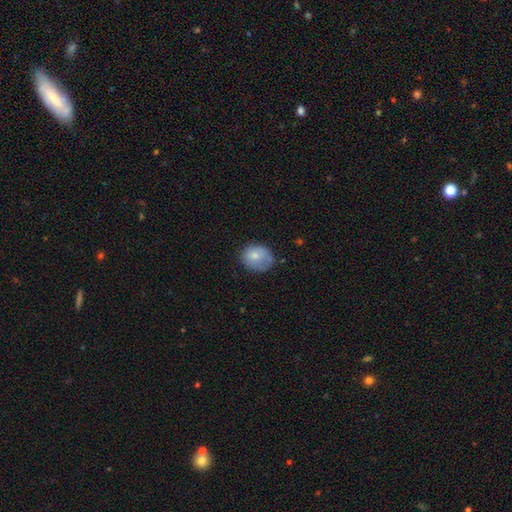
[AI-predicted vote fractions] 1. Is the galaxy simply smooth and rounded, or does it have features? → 76% smooth, 16% featured or disk, 8% star or artifact.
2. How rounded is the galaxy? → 59% round, 40% in between, 1% cigar-shaped.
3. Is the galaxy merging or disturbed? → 57% none, 30% minor disturbance, 11% major disturbance, 3% merger.